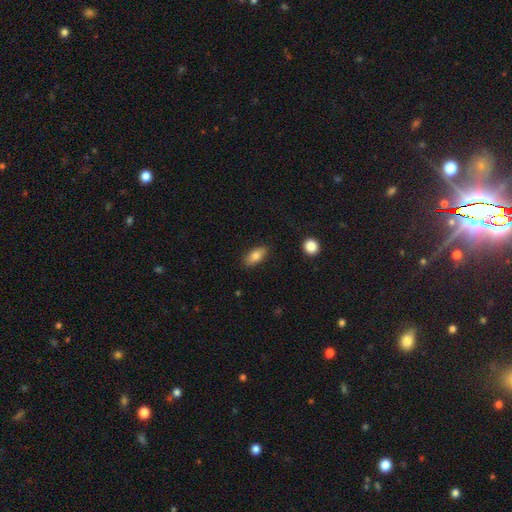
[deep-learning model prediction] smooth-or-featured: smooth: 79% | featured or disk: 14% | star or artifact: 7%
  how-rounded: in between: 85% | cigar-shaped: 11% | round: 4%
  merging: none: 85% | minor disturbance: 11% | major disturbance: 2% | merger: 1%